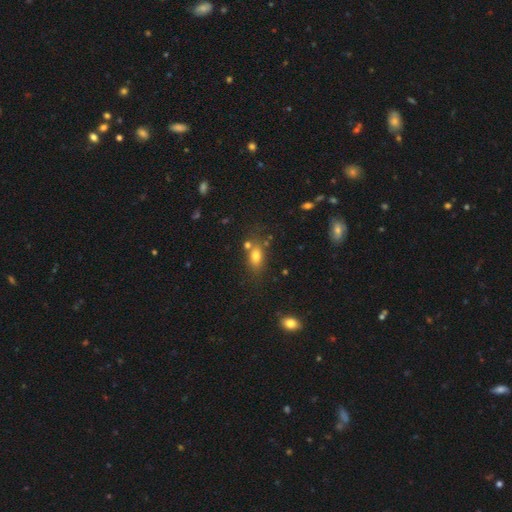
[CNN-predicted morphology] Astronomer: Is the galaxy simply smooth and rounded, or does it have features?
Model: smooth — 76%.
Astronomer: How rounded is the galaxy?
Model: in between — 79%.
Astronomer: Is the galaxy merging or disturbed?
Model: none — 63%.